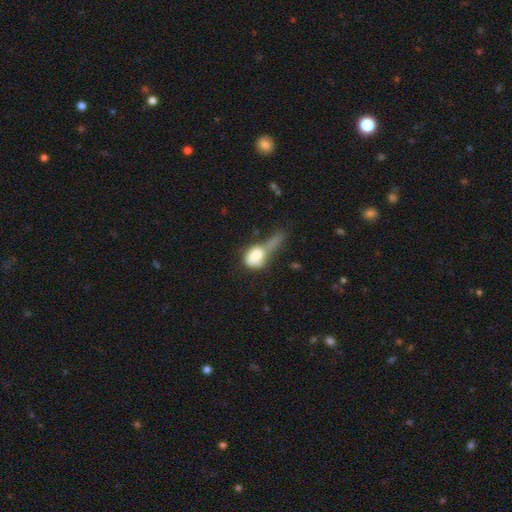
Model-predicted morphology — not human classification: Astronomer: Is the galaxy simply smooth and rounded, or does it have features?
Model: smooth — 71%.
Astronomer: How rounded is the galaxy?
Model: in between — 58% (runner-up: round, 39%).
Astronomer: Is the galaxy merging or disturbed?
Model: major disturbance — 40% (runner-up: merger, 31%).